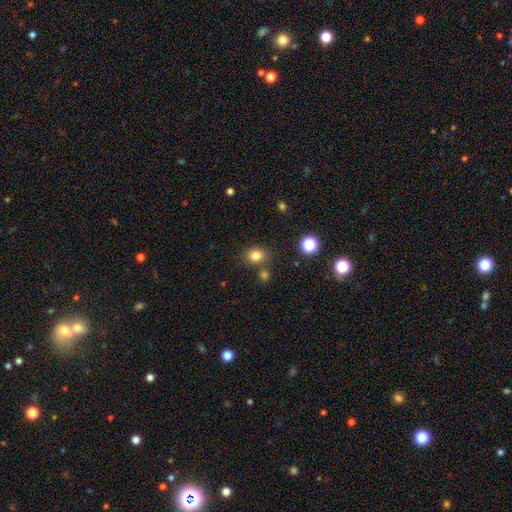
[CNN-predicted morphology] Overall: smooth (81%). How rounded: round (60%; in between 39%). Merging: none (75%).